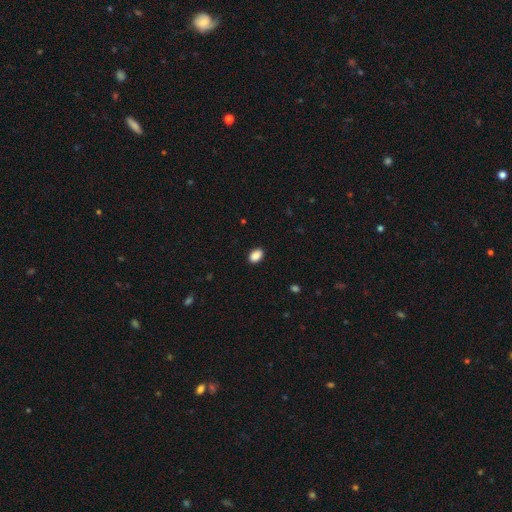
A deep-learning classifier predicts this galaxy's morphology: type=smooth (90%); roundness=in between (83%); merging=none (89%).